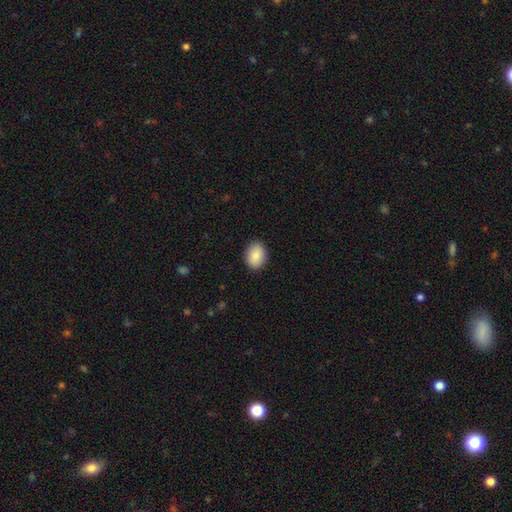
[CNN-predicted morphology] Smooth or featured? Predicted: smooth (p=0.87). How rounded? Predicted: in between (p=0.65). Merging? Predicted: none (p=0.89).